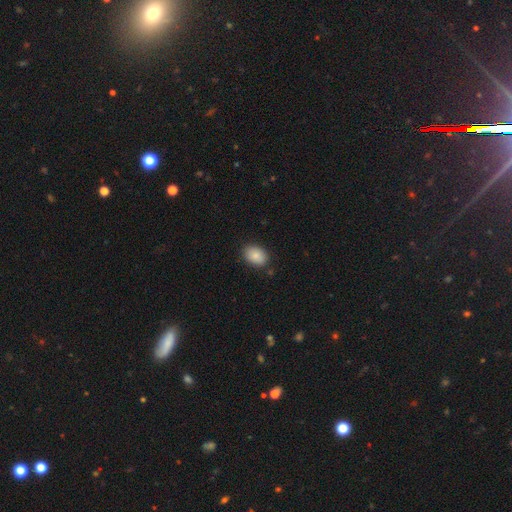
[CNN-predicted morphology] Smooth or featured: smooth — 87% (star or artifact — 7%)
How rounded: in between — 80% (round — 18%)
Merging: none — 85% (minor disturbance — 11%)